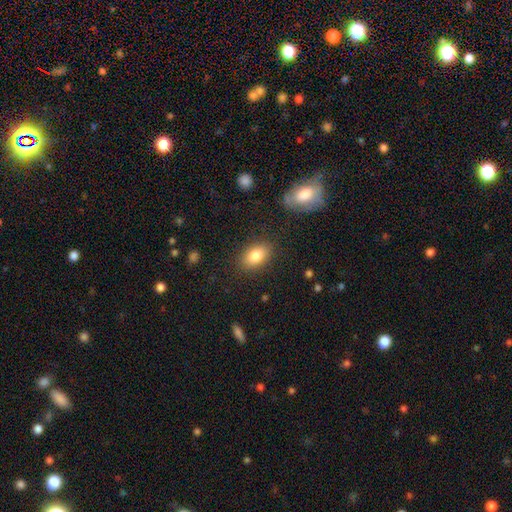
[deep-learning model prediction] The model was most divided on "smooth or featured": smooth: 82%, featured or disk: 9%, star or artifact: 8%. More confident: how rounded — in between (86%); merging — none (85%).